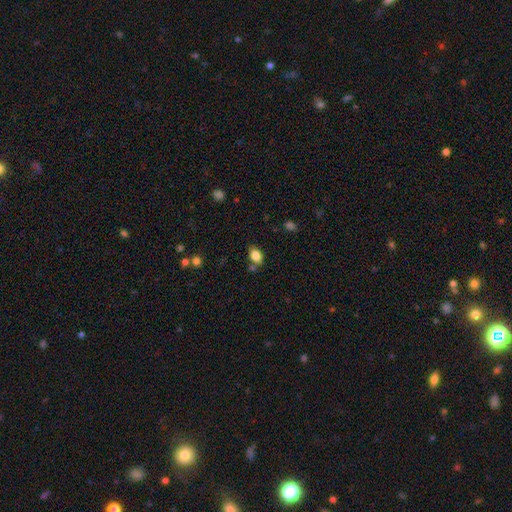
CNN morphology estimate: Smooth or featured?
  - smooth: 83% *
  - star or artifact: 10%
  - featured or disk: 7%
How rounded?
  - in between: 76% *
  - round: 23%
  - cigar-shaped: 1%
Merging?
  - none: 69% *
  - minor disturbance: 16%
  - merger: 10%
  - major disturbance: 4%